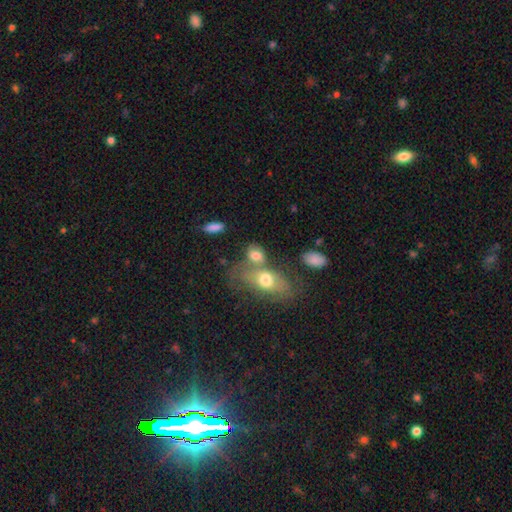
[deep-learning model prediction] This is likely a smooth galaxy (70%). How rounded: likely in between (74%). Merging: marginally merger (40%).